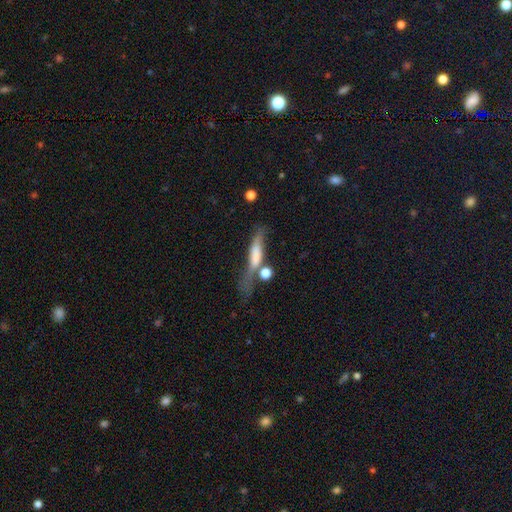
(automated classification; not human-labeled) smooth 58%, featured or disk 34%, star or artifact 9%. Down the decision tree: how rounded — cigar-shaped (70%); merging — none (31%).